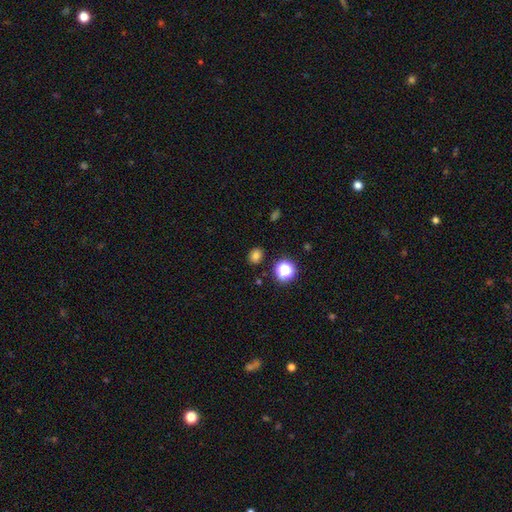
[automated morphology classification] Smooth or featured: smooth — 77% (star or artifact — 18%)
How rounded: round — 56% (in between — 43%)
Merging: none — 86% (minor disturbance — 9%)